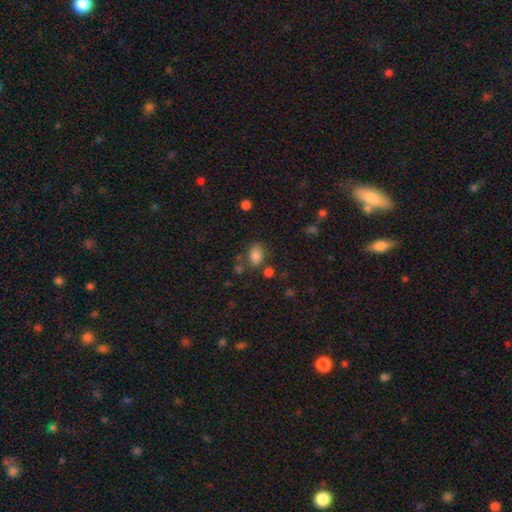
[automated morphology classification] smooth_or_featured: smooth (p=0.82) [alt: star or artifact p=0.12]
how_rounded: in between (p=0.68) [alt: round p=0.31]
merging: none (p=0.65) [alt: minor disturbance p=0.18]